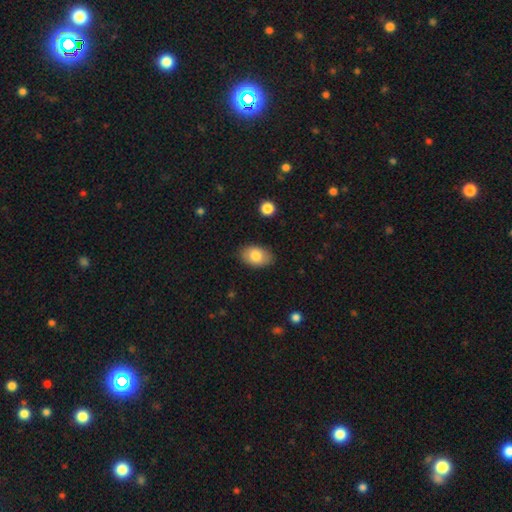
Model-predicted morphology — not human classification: A smooth galaxy with no disk features (81%) that is in between round and cigar-shaped (87%). Merging: none (86%).